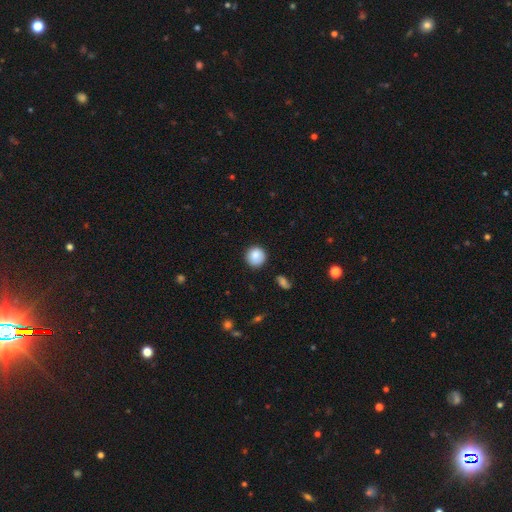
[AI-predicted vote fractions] smooth 87%, star or artifact 8%, featured or disk 5%. Down the decision tree: how rounded — round (93%); merging — none (88%).